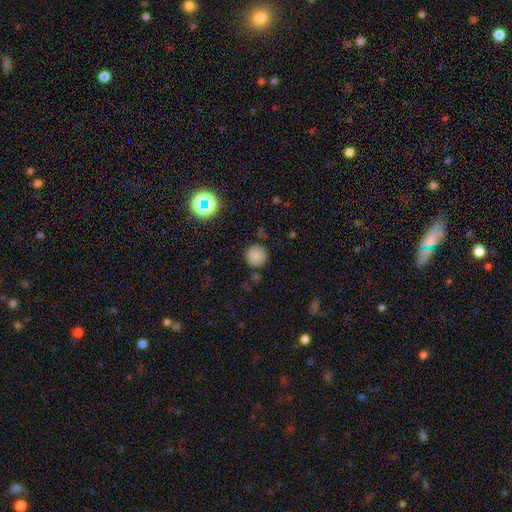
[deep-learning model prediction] Q: Smooth or featured?
A: smooth (79%); runner-up: star or artifact (14%)
Q: How rounded?
A: round (92%); runner-up: in between (7%)
Q: Merging?
A: none (82%); runner-up: minor disturbance (12%)